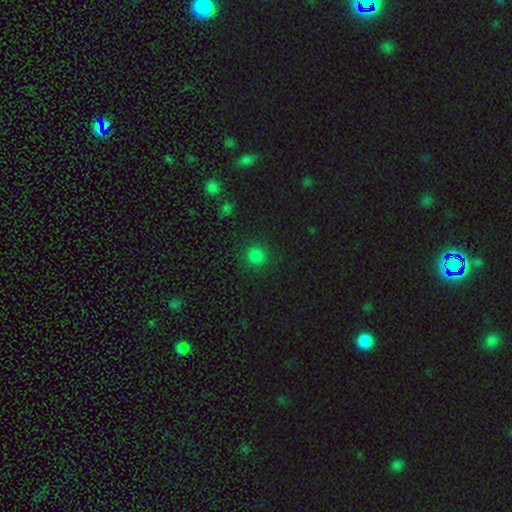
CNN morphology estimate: Q: Smooth or featured?
A: smooth (81%); runner-up: star or artifact (15%)
Q: How rounded?
A: round (93%); runner-up: in between (6%)
Q: Merging?
A: none (90%); runner-up: minor disturbance (6%)